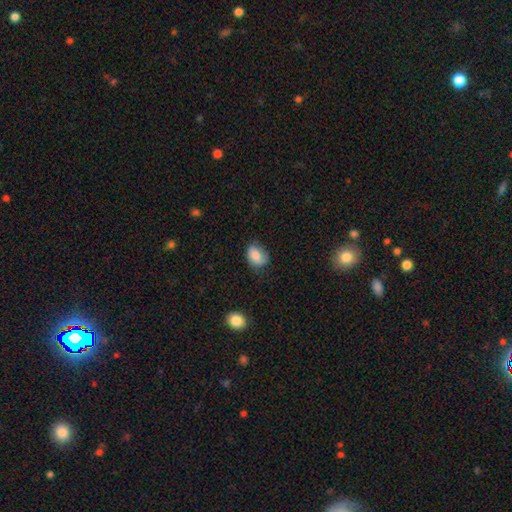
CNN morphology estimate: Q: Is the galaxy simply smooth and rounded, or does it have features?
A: smooth — 79%.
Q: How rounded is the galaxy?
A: in between — 71%.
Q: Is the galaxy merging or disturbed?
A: none — 63%.